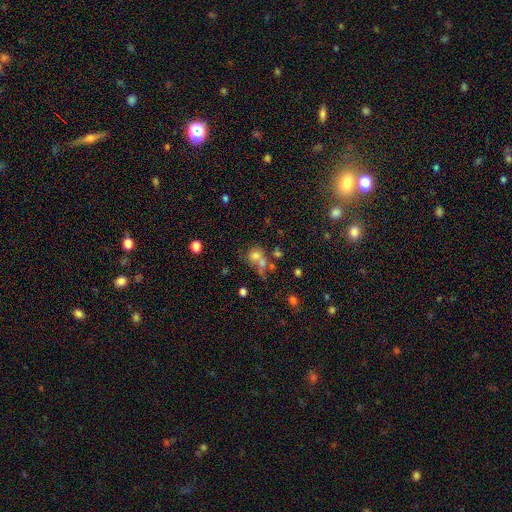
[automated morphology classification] Smooth or featured? smooth (67%)
How rounded? round (75%)
Merging? merger (45%)